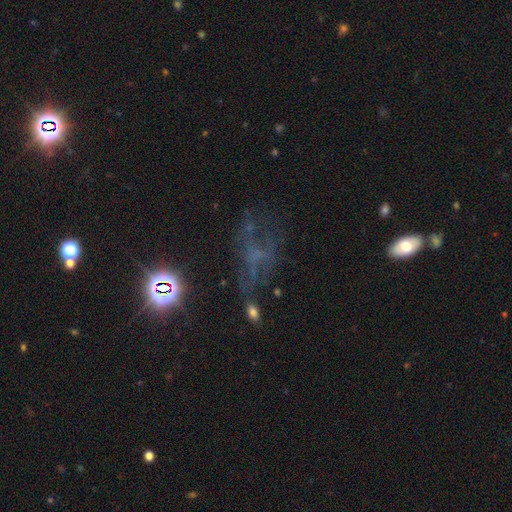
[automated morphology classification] Smooth or featured: featured or disk — 41% (star or artifact — 37%)
Merging: none — 46% (major disturbance — 29%)